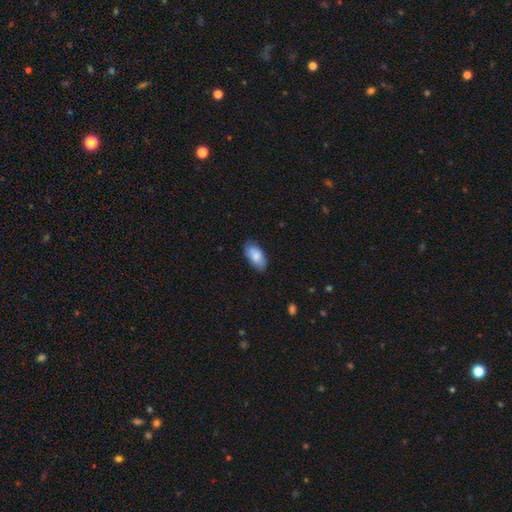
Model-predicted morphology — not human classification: smooth-or-featured: smooth: 83% | featured or disk: 11% | star or artifact: 6%
  how-rounded: in between: 93% | cigar-shaped: 4% | round: 2%
  merging: none: 81% | minor disturbance: 15% | major disturbance: 3% | merger: 1%